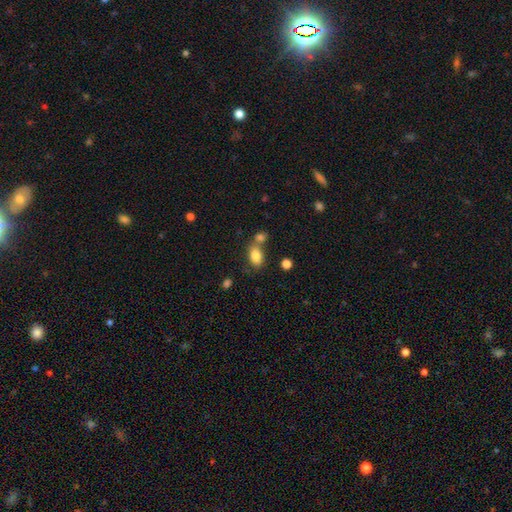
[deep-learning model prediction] A smooth galaxy with no disk features (84%) that is in between round and cigar-shaped (86%). Merging: none (53%).